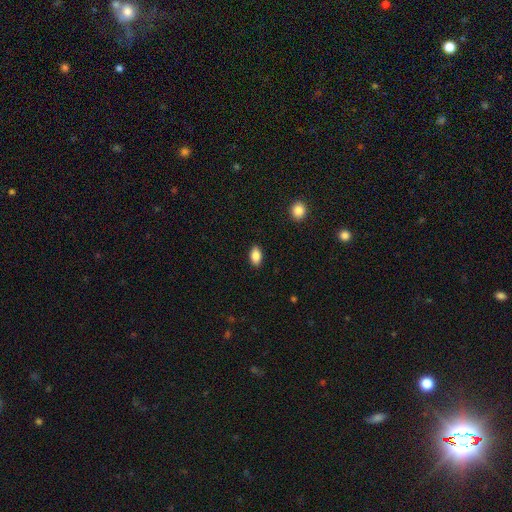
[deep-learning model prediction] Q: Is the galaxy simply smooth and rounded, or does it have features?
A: smooth — 86%.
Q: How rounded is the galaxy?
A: in between — 90%.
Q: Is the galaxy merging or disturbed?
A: none — 89%.